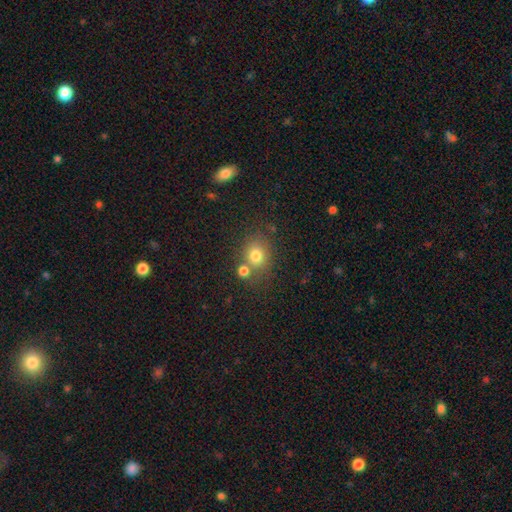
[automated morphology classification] A smooth galaxy with no disk features (76%) that is round (69%). Merging: none (64%).